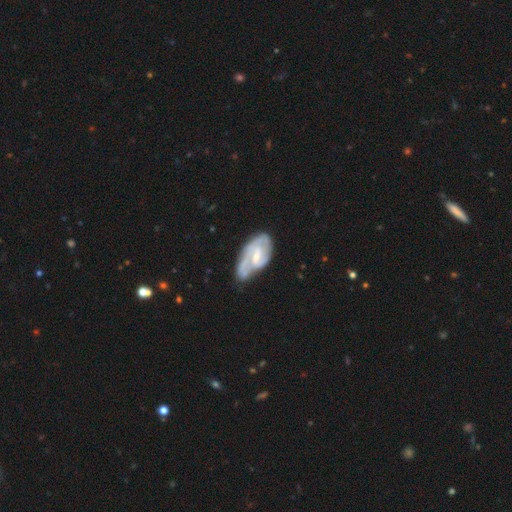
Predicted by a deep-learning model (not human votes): Smooth or featured?
  - featured or disk: 80% *
  - smooth: 15%
  - star or artifact: 5%
Edge-on disk?
  - no: 96% *
  - yes: 4%
Bar?
  - weak: 56% *
  - no: 26%
  - strong: 19%
Spiral arms?
  - yes: 92% *
  - no: 8%
Spiral winding?
  - medium: 43% * (tied)
  - tight: 43% * (tied)
  - loose: 14%
Spiral arm count?
  - 2: 54% *
  - can't tell: 19%
  - 3: 12%
  - 1: 10%
  - 4: 2%
  - more than 4: 2%
Bulge size?
  - small: 54% *
  - moderate: 35%
  - none: 8%
  - large: 2%
  - dominant: 1%
Merging?
  - none: 48% *
  - minor disturbance: 32%
  - major disturbance: 16%
  - merger: 4%